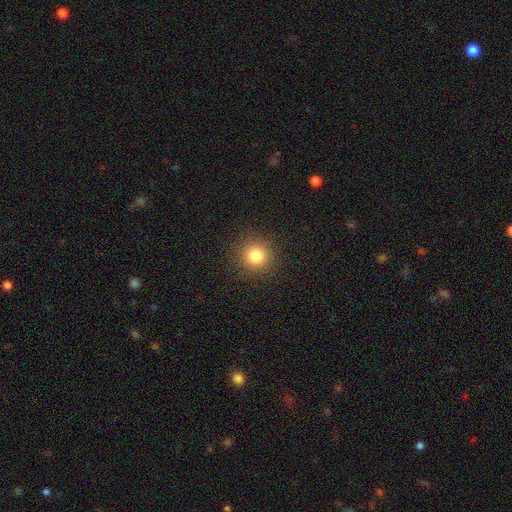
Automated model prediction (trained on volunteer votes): smooth_or_featured: smooth (p=0.82) [alt: star or artifact p=0.13]
how_rounded: round (p=0.93) [alt: in between p=0.06]
merging: none (p=0.91) [alt: minor disturbance p=0.06]